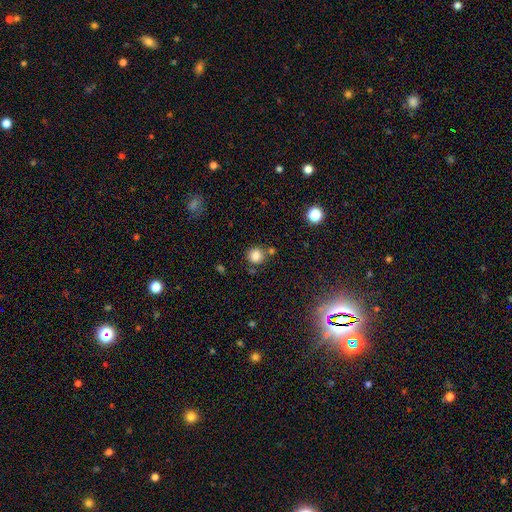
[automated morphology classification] The model was most divided on "merging": none: 73%, merger: 12%, minor disturbance: 11%, major disturbance: 4%. More confident: how rounded — round (89%); smooth or featured — smooth (83%).